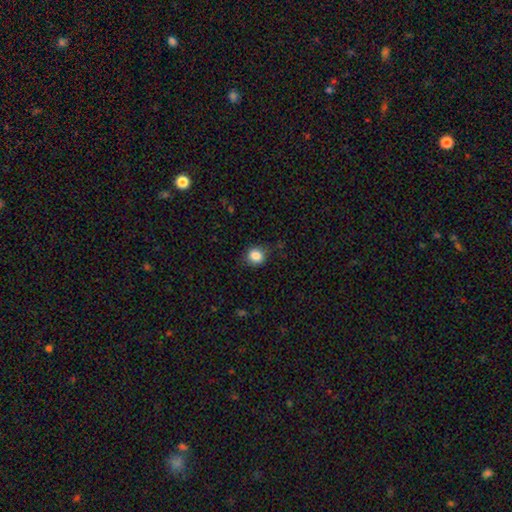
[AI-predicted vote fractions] A smooth galaxy with no disk features (84%) that is round (77%). Merging: none (81%).